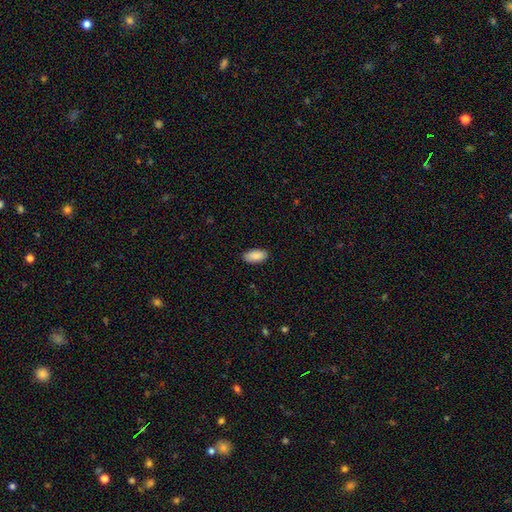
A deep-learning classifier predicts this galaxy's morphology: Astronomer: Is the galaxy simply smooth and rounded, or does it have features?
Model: smooth — 90%.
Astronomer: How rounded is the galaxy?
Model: in between — 94%.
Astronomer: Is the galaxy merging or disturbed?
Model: none — 89%.